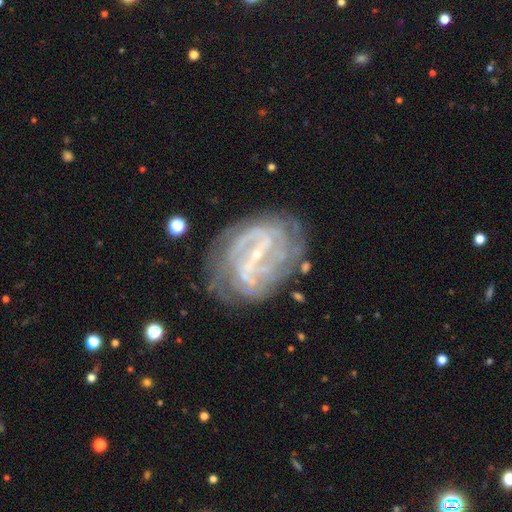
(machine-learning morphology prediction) smooth_or_featured: featured or disk (p=0.89) [alt: star or artifact p=0.06]
disk_edge_on: no (p=0.96) [alt: yes p=0.04]
bar: strong (p=0.61) [alt: weak p=0.29]
has_spiral_arms: yes (p=0.93) [alt: no p=0.07]
spiral_winding: tight (p=0.53) [alt: medium p=0.36]
spiral_arm_count: 2 (p=0.39) [alt: can't tell p=0.27]
bulge_size: small (p=0.84) [alt: moderate p=0.10]
merging: none (p=0.71) [alt: minor disturbance p=0.18]